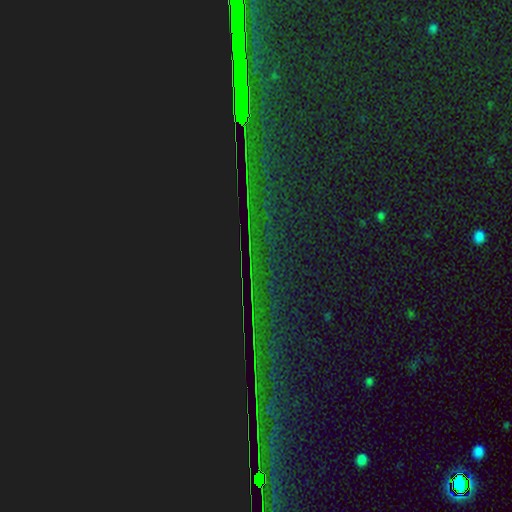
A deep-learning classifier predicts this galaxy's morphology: Smooth or featured? Predicted: star or artifact (p=0.86).